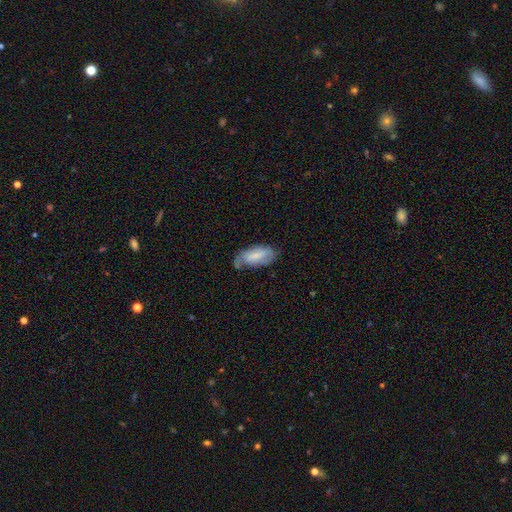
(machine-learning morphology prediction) smooth_or_featured: smooth (p=0.58) [alt: featured or disk p=0.36]
how_rounded: in between (p=0.86) [alt: cigar-shaped p=0.11]
merging: none (p=0.45) [alt: minor disturbance p=0.37]